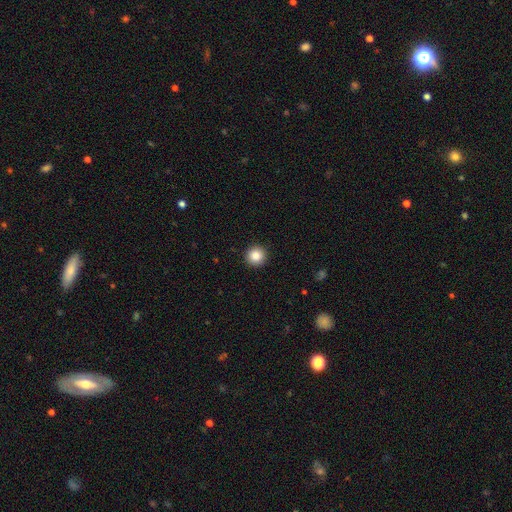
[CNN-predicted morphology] A smooth galaxy with no disk features (86%) that is round (96%).

Vote fractions:
- Smooth or featured? smooth: 86% / star or artifact: 10% / featured or disk: 5%
- How rounded? round: 96% / in between: 3% / cigar-shaped: 1%
- Merging? none: 93% / minor disturbance: 5% / major disturbance: 2% / merger: 1%